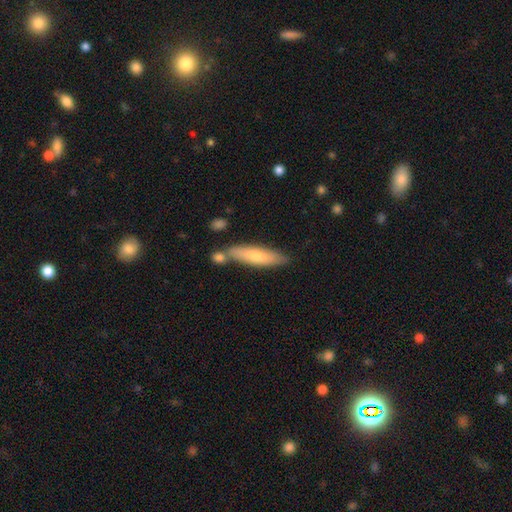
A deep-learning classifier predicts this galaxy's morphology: smooth_or_featured: smooth (p=0.64) [alt: featured or disk p=0.30]
how_rounded: cigar-shaped (p=0.76) [alt: in between p=0.22]
merging: none (p=0.70) [alt: minor disturbance p=0.14]